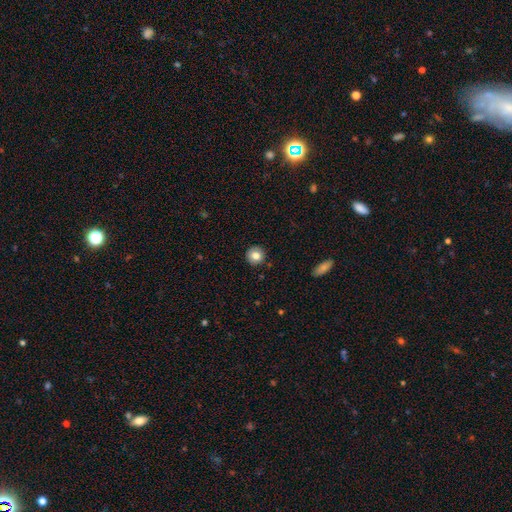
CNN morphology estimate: This is clearly a smooth galaxy (80%). How rounded: clearly round (94%). Merging: clearly none (91%).